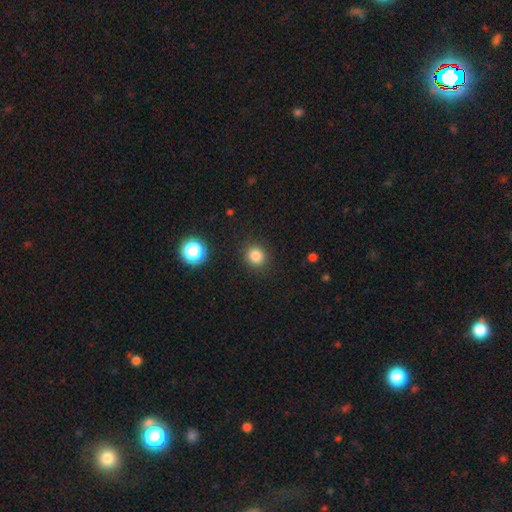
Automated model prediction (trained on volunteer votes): Smooth or featured: smooth — 82% (star or artifact — 13%)
How rounded: round — 86% (in between — 13%)
Merging: none — 90% (minor disturbance — 7%)